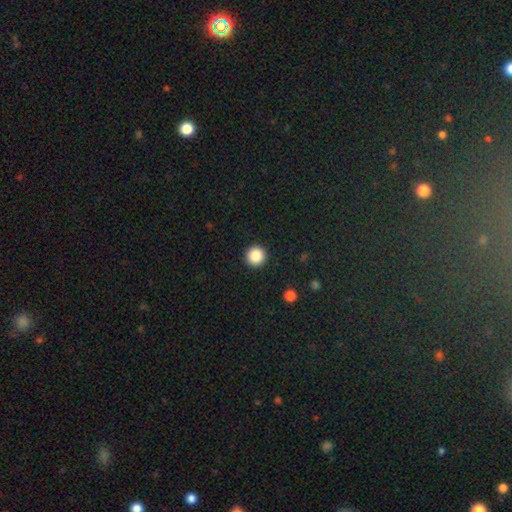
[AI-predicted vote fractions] A smooth galaxy with no disk features (87%) that is round (96%).

Vote fractions:
- Smooth or featured? smooth: 87% / star or artifact: 10% / featured or disk: 4%
- How rounded? round: 96% / in between: 3% / cigar-shaped: 1%
- Merging? none: 93% / minor disturbance: 4% / major disturbance: 2% / merger: 1%